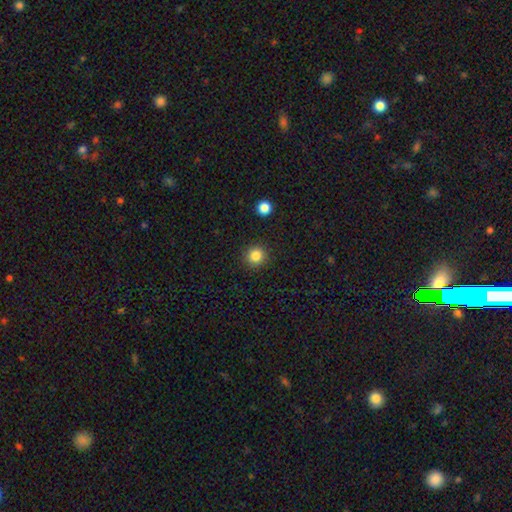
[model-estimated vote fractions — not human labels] Morphology: type=smooth (84%); roundness=round (94%); merging=none (91%).